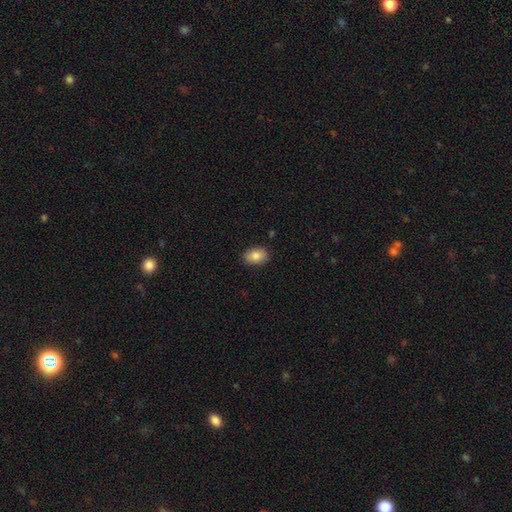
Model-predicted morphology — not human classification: Overall: smooth (85%). How rounded: in between (83%). Merging: none (87%).